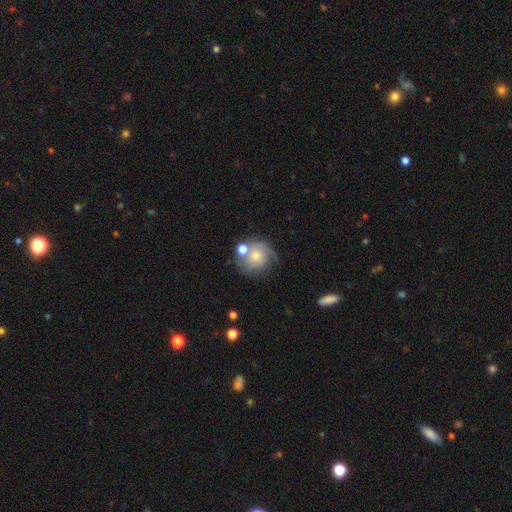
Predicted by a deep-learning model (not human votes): Smooth or featured: featured or disk — 48% (smooth — 43%)
Merging: none — 49% (merger — 22%)